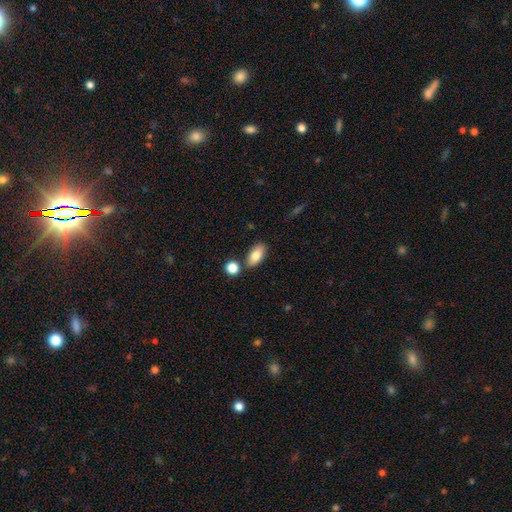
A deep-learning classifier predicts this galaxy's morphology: type=smooth (82%); roundness=in between (90%); merging=none (76%).